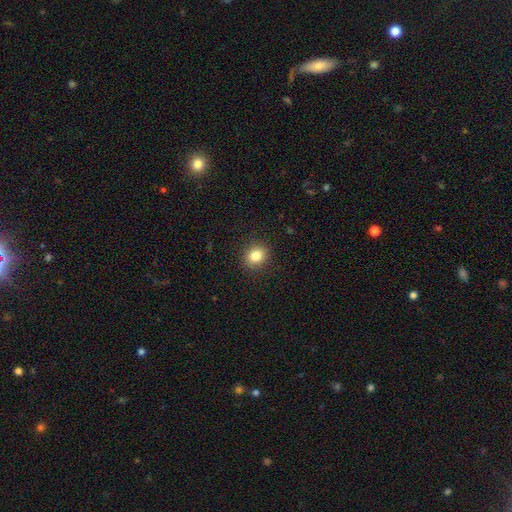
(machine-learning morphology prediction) type=smooth (84%); roundness=round (58%); merging=none (89%).